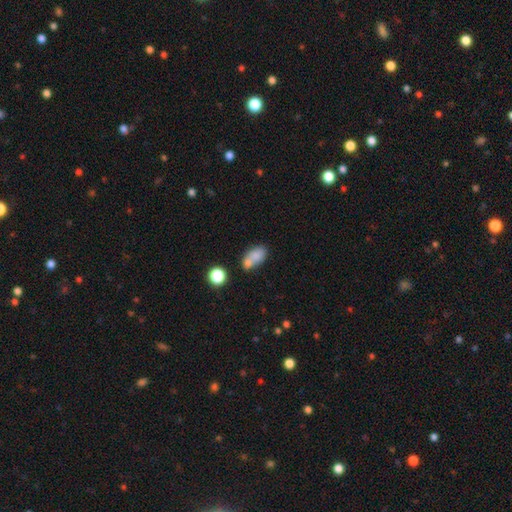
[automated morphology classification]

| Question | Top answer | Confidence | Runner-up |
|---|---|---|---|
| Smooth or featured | smooth | 75% | featured or disk (14%) |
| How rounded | in between | 82% | round (14%) |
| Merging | merger | 43% | none (37%) |